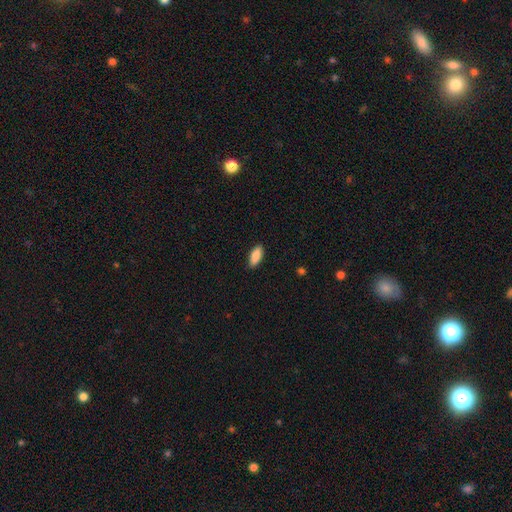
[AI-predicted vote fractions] A smooth galaxy with no disk features (86%) that is in between round and cigar-shaped (81%).

Vote fractions:
- Smooth or featured? smooth: 86% / featured or disk: 7% / star or artifact: 6%
- How rounded? in between: 81% / cigar-shaped: 17% / round: 2%
- Merging? none: 89% / minor disturbance: 8% / major disturbance: 2% / merger: 1%